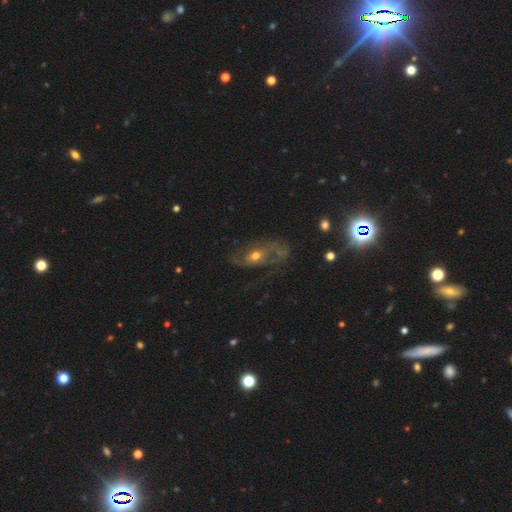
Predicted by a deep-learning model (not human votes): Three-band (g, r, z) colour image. It shows a featured or disk galaxy (72%) with no bar (63%), 2 (68%) medium (42%) spiral arms (76%) and a moderate central bulge (66%). Merging: none (49%).